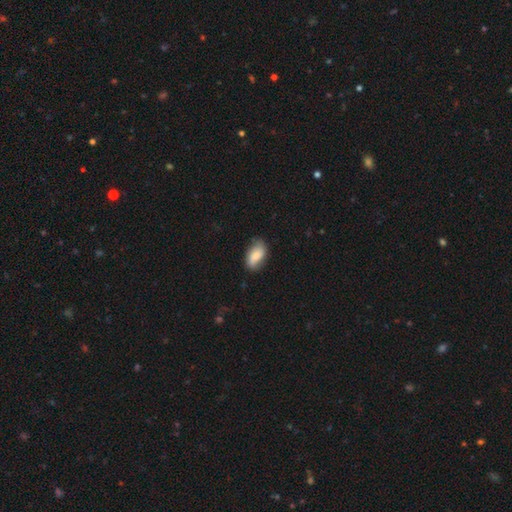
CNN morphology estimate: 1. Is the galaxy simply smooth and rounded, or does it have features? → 70% smooth, 23% featured or disk, 7% star or artifact.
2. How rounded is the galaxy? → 92% in between, 5% round, 3% cigar-shaped.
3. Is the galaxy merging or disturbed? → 74% none, 21% minor disturbance, 4% major disturbance, 1% merger.